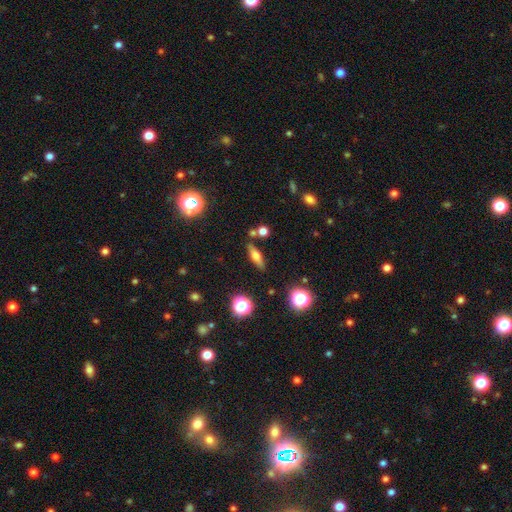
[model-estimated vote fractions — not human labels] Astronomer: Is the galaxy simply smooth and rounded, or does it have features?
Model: smooth — 52% (runner-up: featured or disk, 36%).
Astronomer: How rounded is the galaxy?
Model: cigar-shaped — 49% (runner-up: in between, 44%).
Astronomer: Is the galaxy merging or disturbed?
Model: none — 80%.